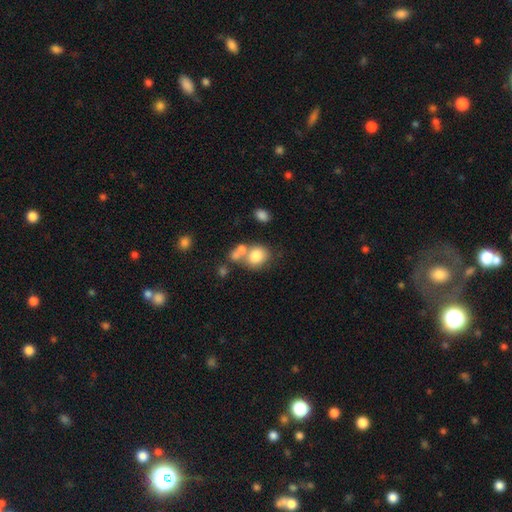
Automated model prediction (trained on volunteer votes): This is likely a smooth galaxy (76%). How rounded: likely round (61%). Merging: possibly merger (45%).